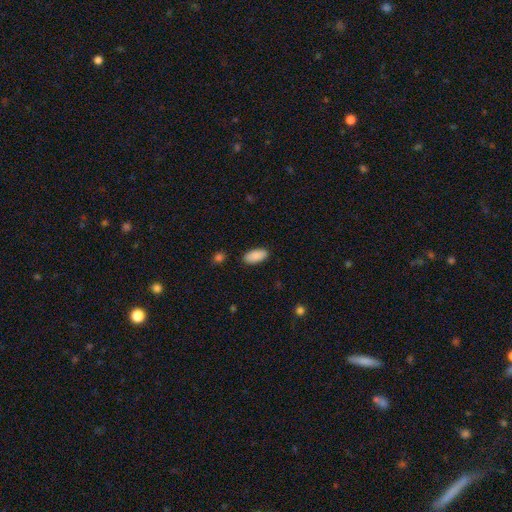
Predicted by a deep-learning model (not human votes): smooth-or-featured: smooth: 90% | star or artifact: 6% | featured or disk: 4%
  how-rounded: in between: 93% | cigar-shaped: 5% | round: 2%
  merging: none: 89% | minor disturbance: 8% | major disturbance: 2% | merger: 1%